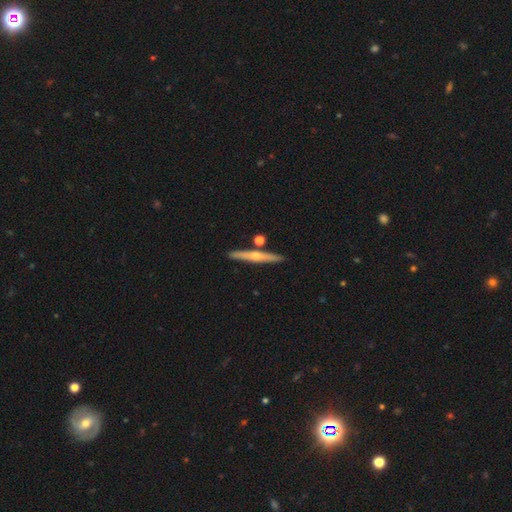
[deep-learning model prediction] Overall: featured or disk (68%). Edge-on disk: yes (97%). Edge-on bulge: rounded (82%). Merging: none (86%).